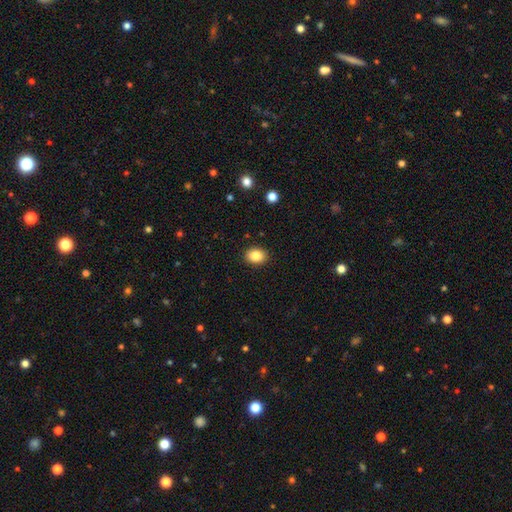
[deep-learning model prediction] smooth 85%, star or artifact 9%, featured or disk 6%. Down the decision tree: how rounded — in between (60%); merging — none (90%).